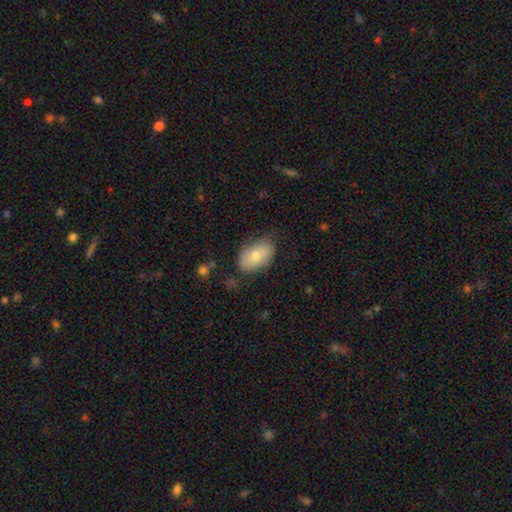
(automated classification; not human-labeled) The model was most divided on "merging": none: 71%, minor disturbance: 22%, major disturbance: 5%, merger: 2%. More confident: how rounded — in between (89%); smooth or featured — smooth (75%).